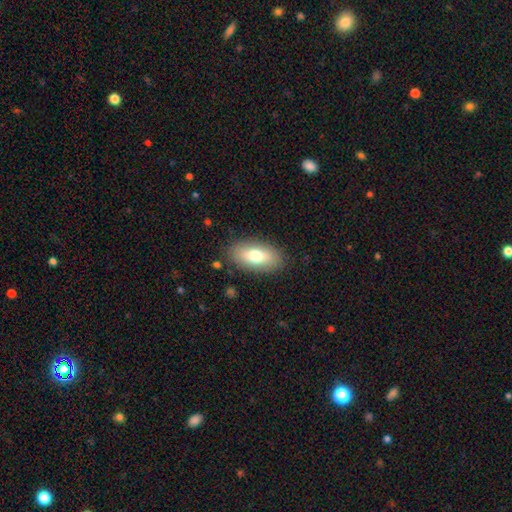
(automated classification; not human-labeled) smooth_or_featured: smooth (p=0.72) [alt: featured or disk p=0.20]
how_rounded: in between (p=0.89) [alt: cigar-shaped p=0.07]
merging: none (p=0.85) [alt: minor disturbance p=0.10]